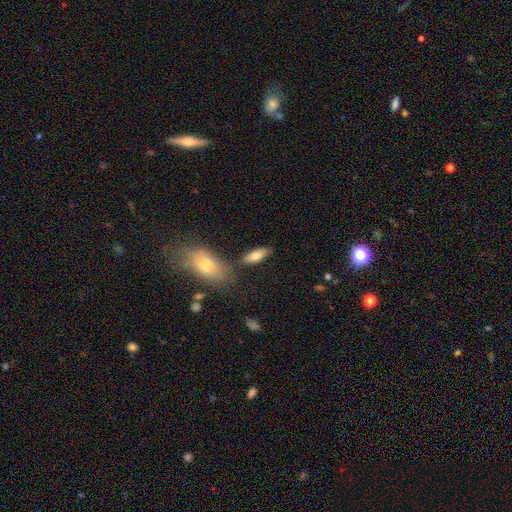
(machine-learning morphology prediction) Q: Smooth or featured?
A: smooth (77%); runner-up: featured or disk (16%)
Q: How rounded?
A: in between (74%); runner-up: cigar-shaped (23%)
Q: Merging?
A: none (74%); runner-up: minor disturbance (13%)